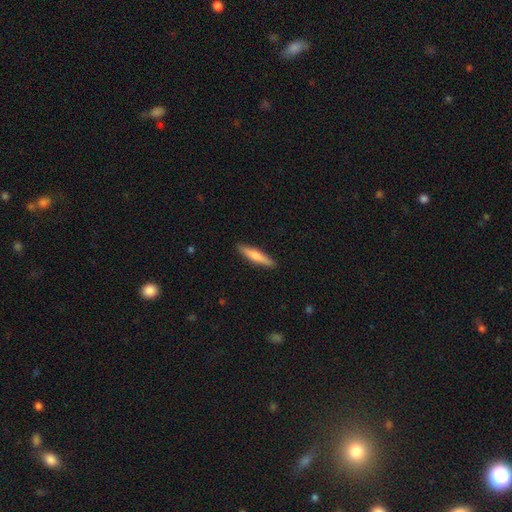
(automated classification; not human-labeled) This is likely a smooth galaxy (68%). How rounded: clearly cigar-shaped (87%). Merging: clearly none (90%).